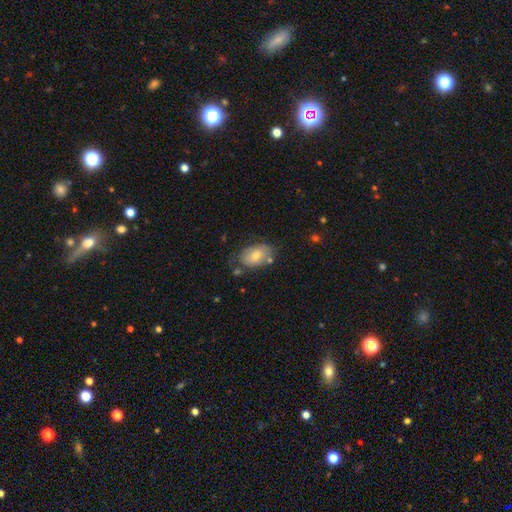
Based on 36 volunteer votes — smooth 69%, featured or disk 25%, star or artifact 6%. Down the decision tree: how rounded — in between (100%); merging — none (65%).